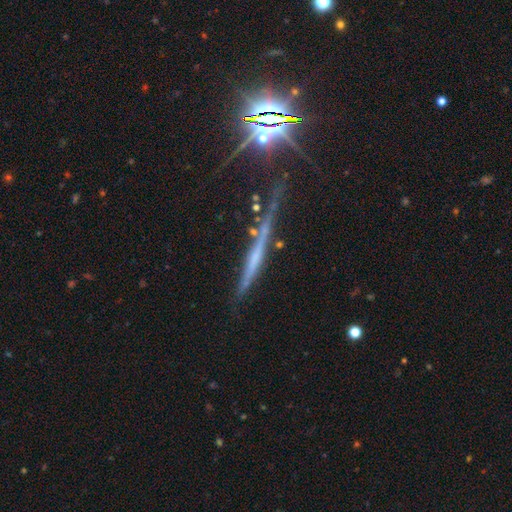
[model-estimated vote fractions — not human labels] featured or disk 52%, smooth 25%, star or artifact 23%. Down the decision tree: edge-on disk — yes (94%); merging — none (71%).